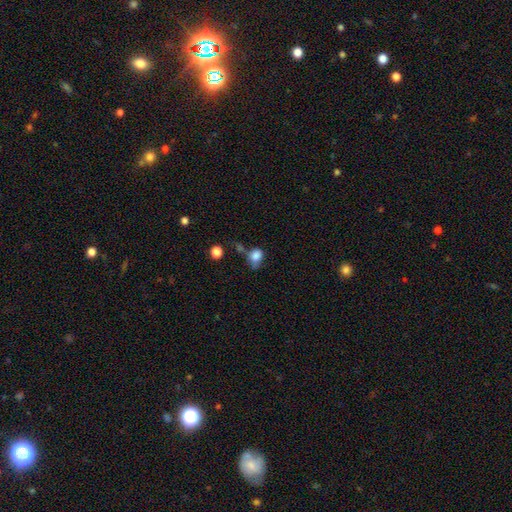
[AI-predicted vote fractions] Smooth or featured: smooth — 80% (star or artifact — 10%)
How rounded: in between — 52% (round — 46%)
Merging: none — 36% (minor disturbance — 30%)